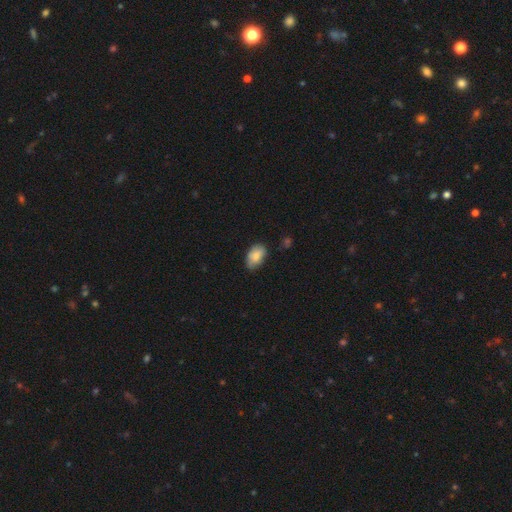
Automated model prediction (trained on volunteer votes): smooth 82%, featured or disk 11%, star or artifact 7%. Down the decision tree: how rounded — in between (92%); merging — none (65%).